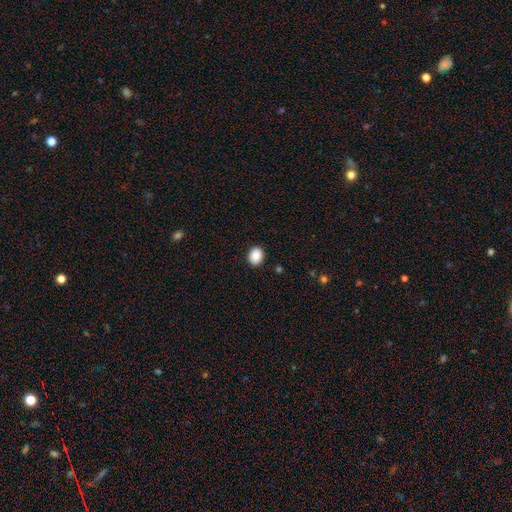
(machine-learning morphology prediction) Smooth or featured?
  - smooth: 88% *
  - star or artifact: 8%
  - featured or disk: 4%
How rounded?
  - round: 55% *
  - in between: 44%
  - cigar-shaped: 1%
Merging?
  - none: 90% *
  - minor disturbance: 7%
  - major disturbance: 2%
  - merger: 1%